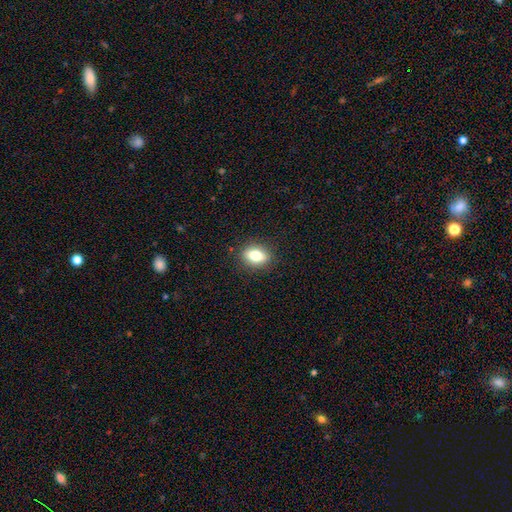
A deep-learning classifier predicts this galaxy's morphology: type=smooth (76%); roundness=in between (71%); merging=none (88%).